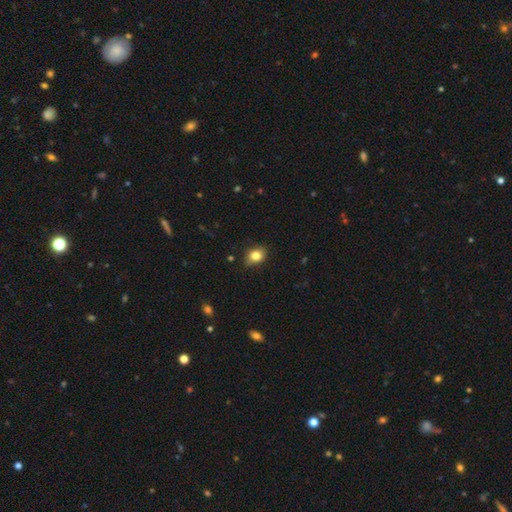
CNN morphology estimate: type=smooth (82%); roundness=in between (55%); merging=none (80%).